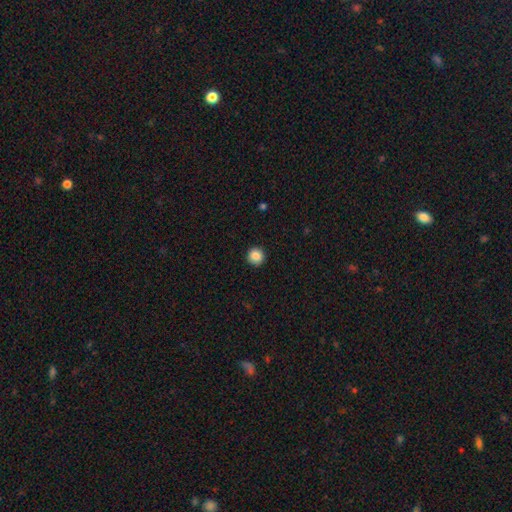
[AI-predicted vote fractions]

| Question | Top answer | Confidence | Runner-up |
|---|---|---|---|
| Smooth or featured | smooth | 87% | star or artifact (10%) |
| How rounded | round | 95% | in between (4%) |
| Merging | none | 92% | minor disturbance (6%) |